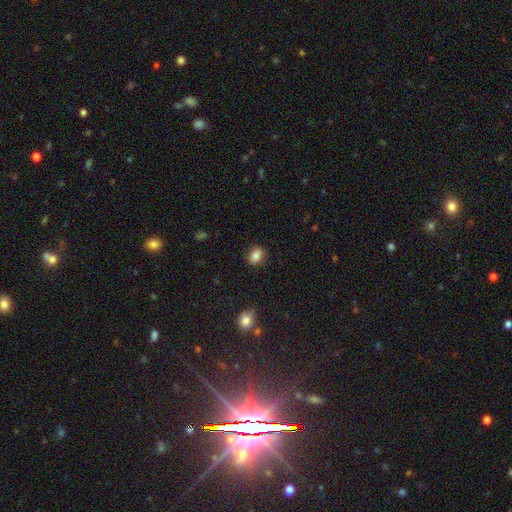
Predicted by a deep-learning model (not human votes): smooth_or_featured: smooth (p=0.85) [alt: star or artifact p=0.09]
how_rounded: in between (p=0.69) [alt: round p=0.29]
merging: none (p=0.86) [alt: minor disturbance p=0.10]